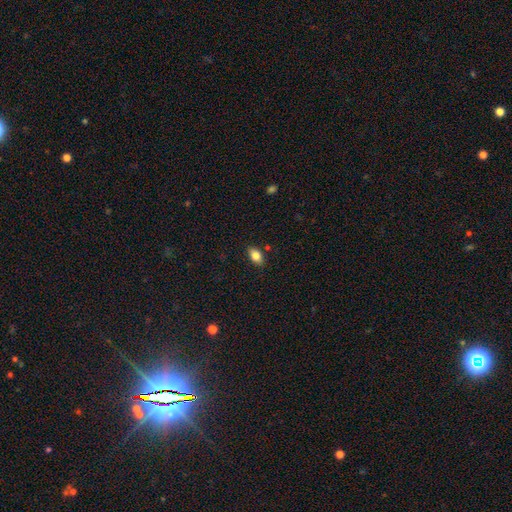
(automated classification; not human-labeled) smooth 81%, featured or disk 10%, star or artifact 9%. Down the decision tree: how rounded — in between (87%); merging — none (86%).